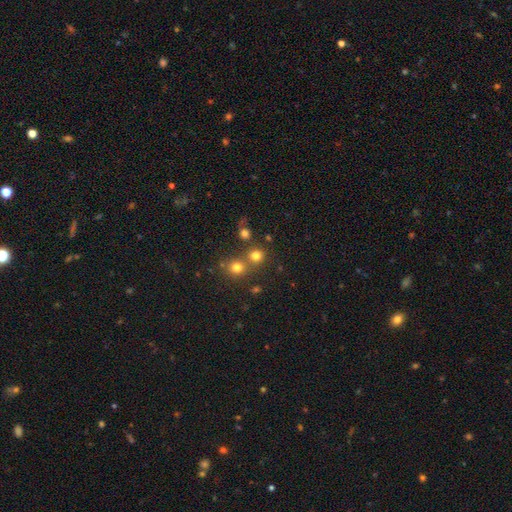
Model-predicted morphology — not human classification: Smooth or featured? Predicted: smooth (p=0.75). How rounded? Predicted: round (p=0.88). Merging? Predicted: none (p=0.66).